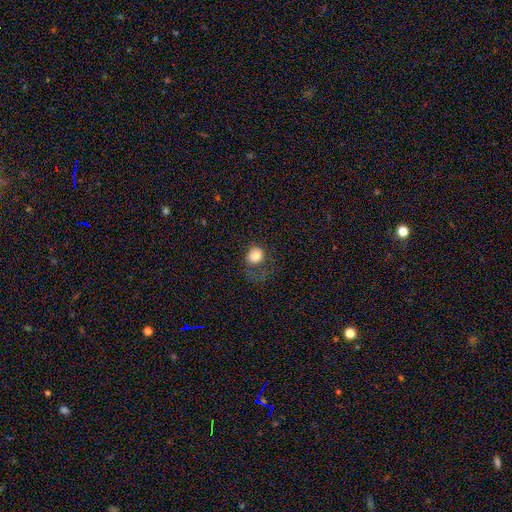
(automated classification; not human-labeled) Overall: smooth (80%). How rounded: round (73%). Merging: none (45%; major disturbance 33%).